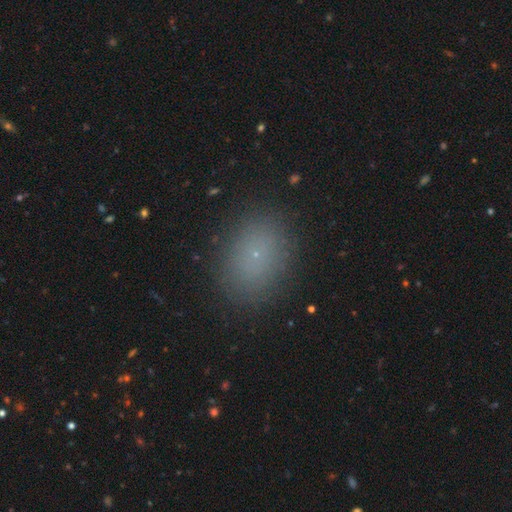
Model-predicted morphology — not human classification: smooth 71%, star or artifact 18%, featured or disk 10%. Down the decision tree: how rounded — in between (58%); merging — none (87%).